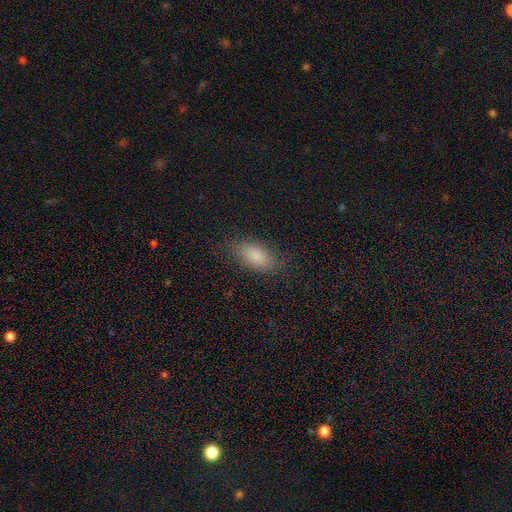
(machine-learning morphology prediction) type=smooth (83%); roundness=in between (90%); merging=none (78%).